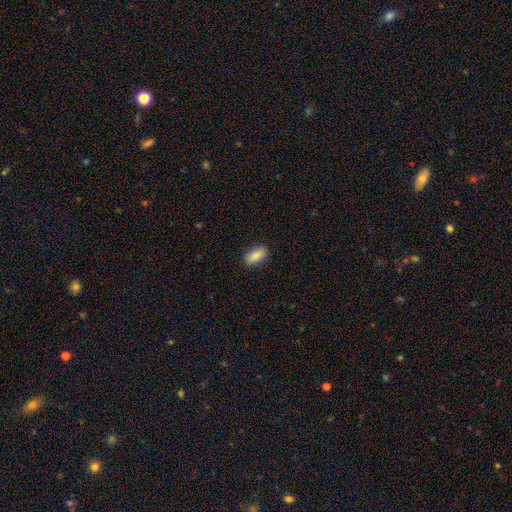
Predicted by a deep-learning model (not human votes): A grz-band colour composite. It shows a smooth galaxy with no disk features (90%) that is in between round and cigar-shaped (92%). Merging: none (88%).